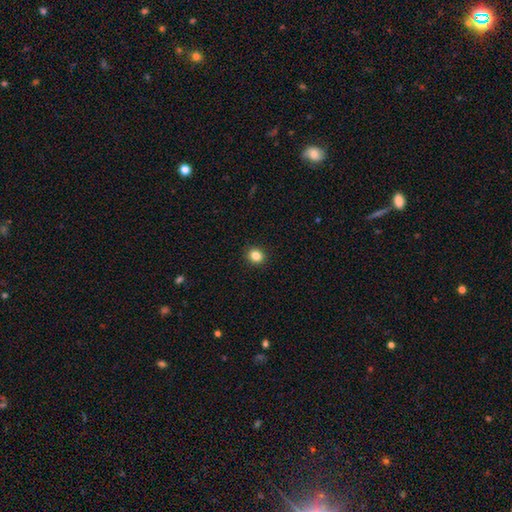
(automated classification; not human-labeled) smooth_or_featured: smooth (p=0.85) [alt: star or artifact p=0.11]
how_rounded: round (p=0.75) [alt: in between p=0.24]
merging: none (p=0.92) [alt: minor disturbance p=0.06]